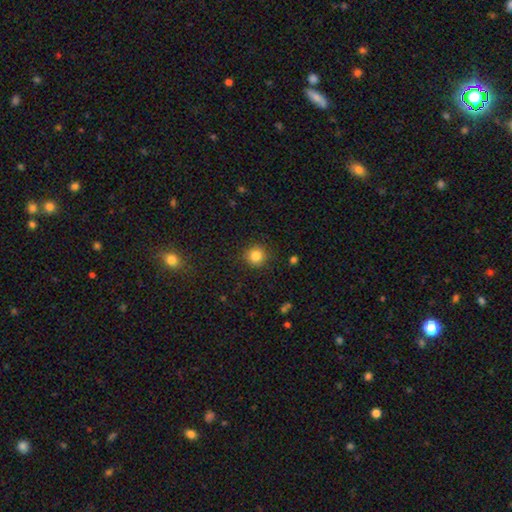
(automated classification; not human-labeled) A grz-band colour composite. It shows a smooth galaxy with no disk features (83%) that is round (93%). Merging: none (89%).